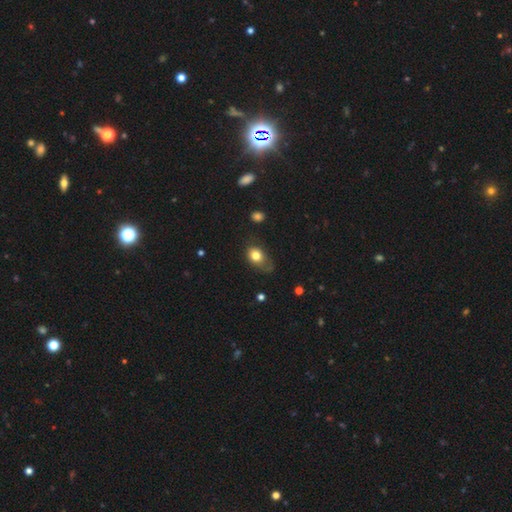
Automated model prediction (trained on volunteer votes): A smooth galaxy with no disk features (78%) that is in between round and cigar-shaped (68%). Merging: none (45%).